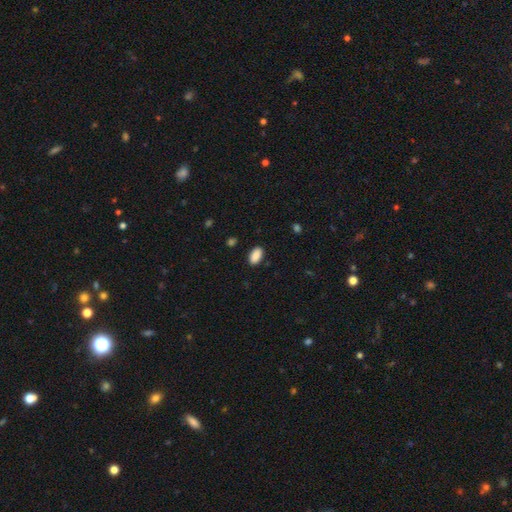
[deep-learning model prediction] smooth 90%, star or artifact 7%, featured or disk 3%. Down the decision tree: how rounded — in between (93%); merging — none (88%).